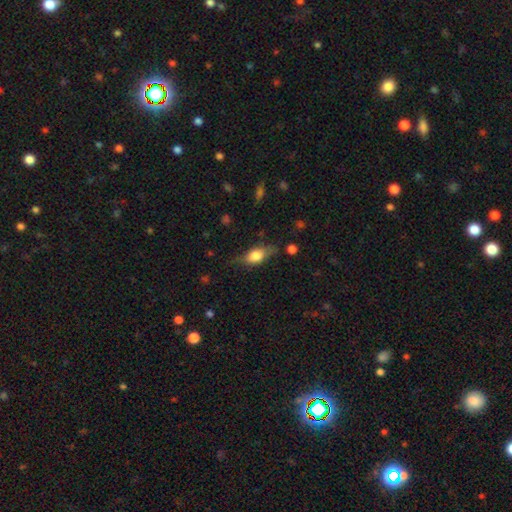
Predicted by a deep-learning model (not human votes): smooth 64%, featured or disk 29%, star or artifact 7%. Down the decision tree: how rounded — in between (77%); merging — none (62%).